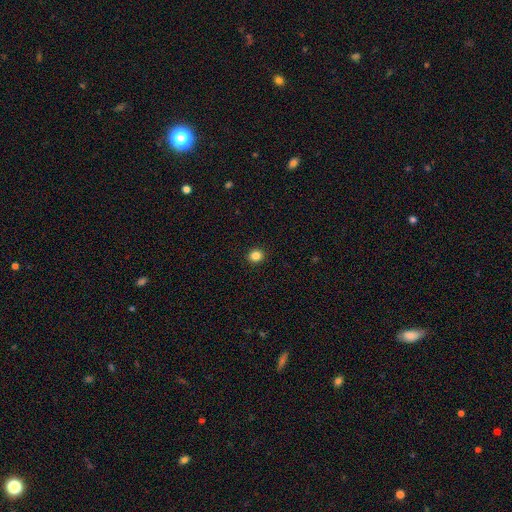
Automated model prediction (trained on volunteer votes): Smooth or featured: smooth — 84% (star or artifact — 12%)
How rounded: round — 82% (in between — 17%)
Merging: none — 92% (minor disturbance — 5%)